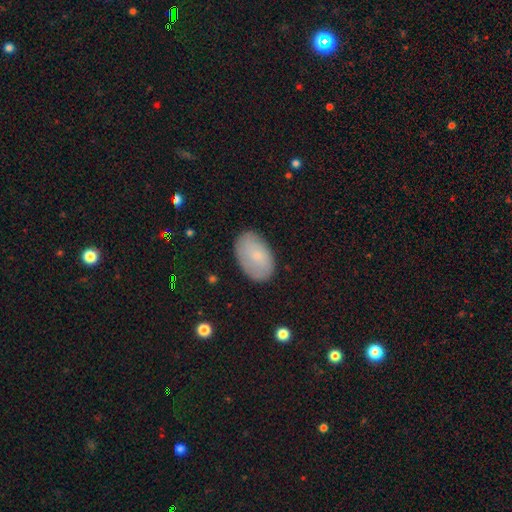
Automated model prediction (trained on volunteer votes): Morphology: type=smooth (68%); roundness=in between (91%); merging=none (81%).